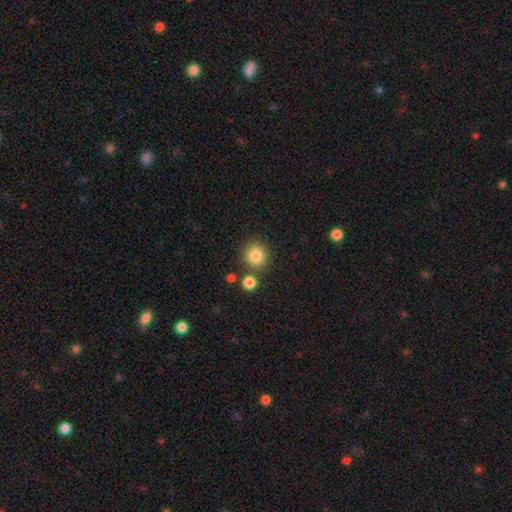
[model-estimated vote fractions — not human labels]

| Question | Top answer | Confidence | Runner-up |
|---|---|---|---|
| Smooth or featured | smooth | 85% | star or artifact (10%) |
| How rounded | round | 89% | in between (10%) |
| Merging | none | 79% | merger (10%) |